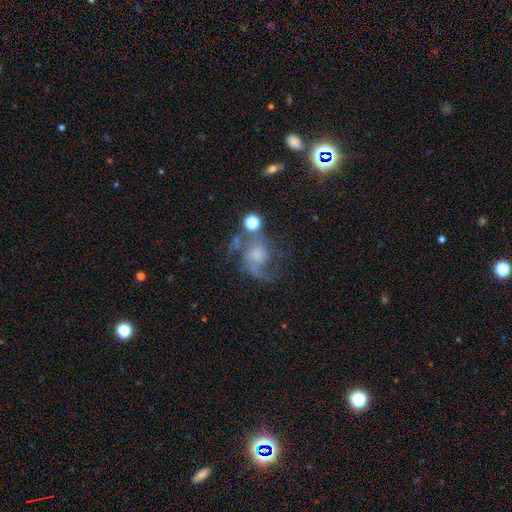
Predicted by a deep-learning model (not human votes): Smooth or featured?
  - featured or disk: 66% *
  - star or artifact: 20%
  - smooth: 13%
Edge-on disk?
  - no: 97% *
  - yes: 3%
Bar?
  - no: 63% *
  - weak: 31%
  - strong: 7%
Spiral arms?
  - yes: 89% *
  - no: 11%
Spiral winding?
  - medium: 49% *
  - loose: 31%
  - tight: 20%
Spiral arm count?
  - 2: 69% *
  - can't tell: 12%
  - 1: 10%
  - 3: 5%
  - 4: 2%
  - more than 4: 2%
Bulge size?
  - small: 43% *
  - moderate: 39%
  - none: 10%
  - large: 6%
  - dominant: 2%
Merging?
  - none: 52% *
  - major disturbance: 18%
  - minor disturbance: 18%
  - merger: 12%